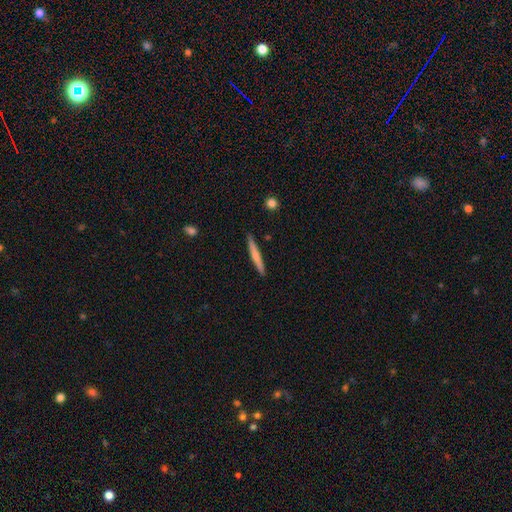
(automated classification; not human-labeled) Q: Smooth or featured?
A: smooth (64%); runner-up: featured or disk (30%)
Q: How rounded?
A: cigar-shaped (96%); runner-up: in between (3%)
Q: Merging?
A: none (89%); runner-up: minor disturbance (8%)